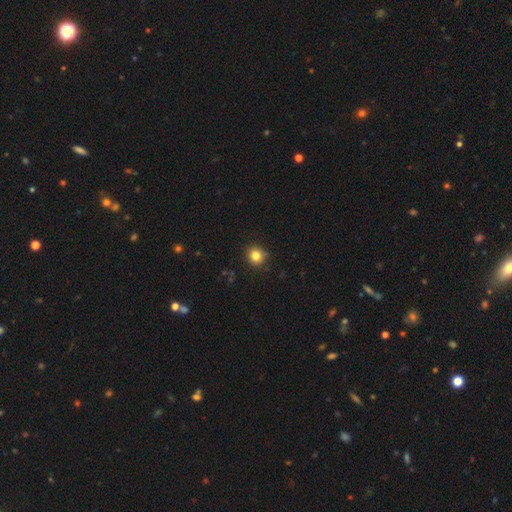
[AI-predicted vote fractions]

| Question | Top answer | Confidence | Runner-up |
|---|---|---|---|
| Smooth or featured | smooth | 82% | star or artifact (12%) |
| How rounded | round | 89% | in between (10%) |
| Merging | none | 90% | minor disturbance (7%) |